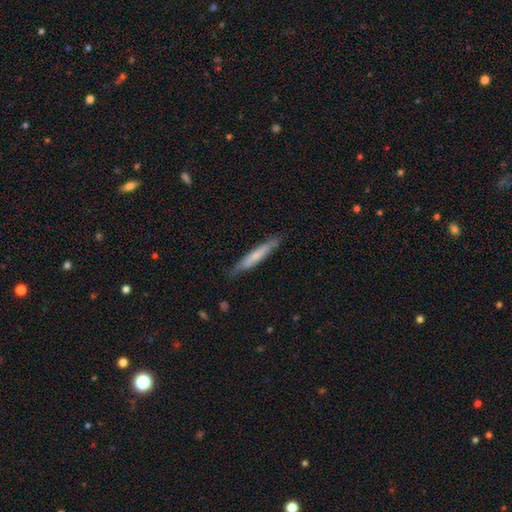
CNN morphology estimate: type=smooth (62%); roundness=cigar-shaped (94%); merging=none (85%).